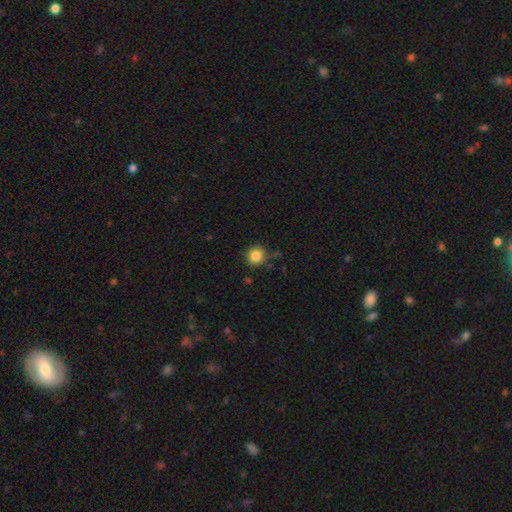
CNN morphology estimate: Smooth or featured: smooth — 84% (star or artifact — 11%)
How rounded: round — 92% (in between — 7%)
Merging: none — 84% (minor disturbance — 11%)